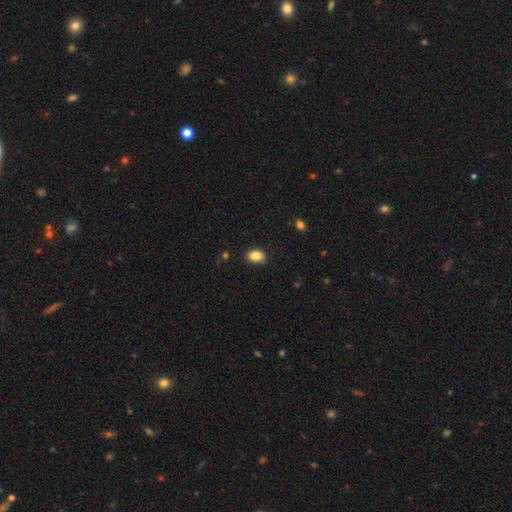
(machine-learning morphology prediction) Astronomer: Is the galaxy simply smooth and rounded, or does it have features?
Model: smooth — 86%.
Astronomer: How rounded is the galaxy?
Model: in between — 75%.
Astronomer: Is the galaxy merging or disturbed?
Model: none — 86%.